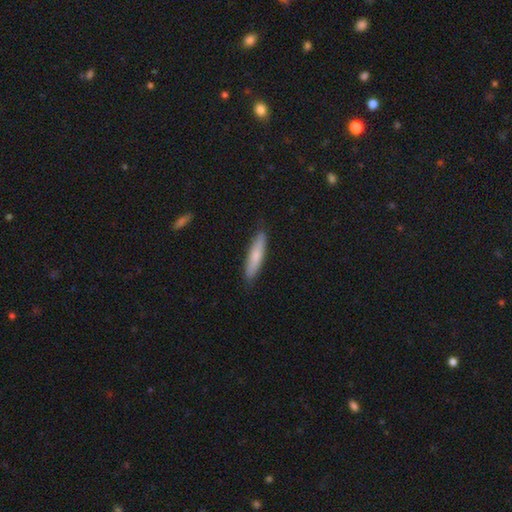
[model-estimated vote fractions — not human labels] Smooth or featured?
  - smooth: 74% *
  - featured or disk: 21%
  - star or artifact: 5%
How rounded?
  - cigar-shaped: 81% *
  - in between: 17%
  - round: 1%
Merging?
  - none: 87% *
  - minor disturbance: 11%
  - major disturbance: 2%
  - merger: 1%